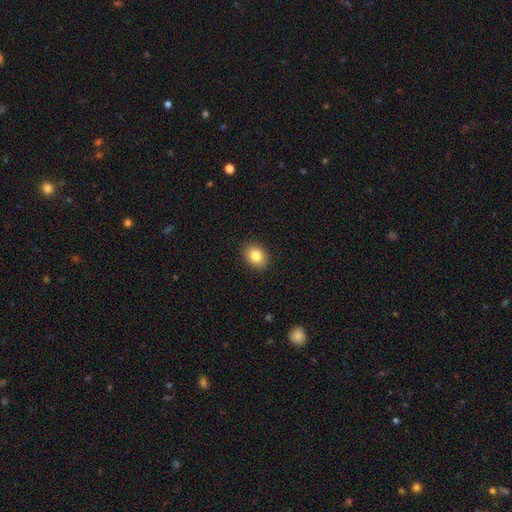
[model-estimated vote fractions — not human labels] A smooth galaxy with no disk features (84%) that is in between round and cigar-shaped (57%). Merging: none (89%).